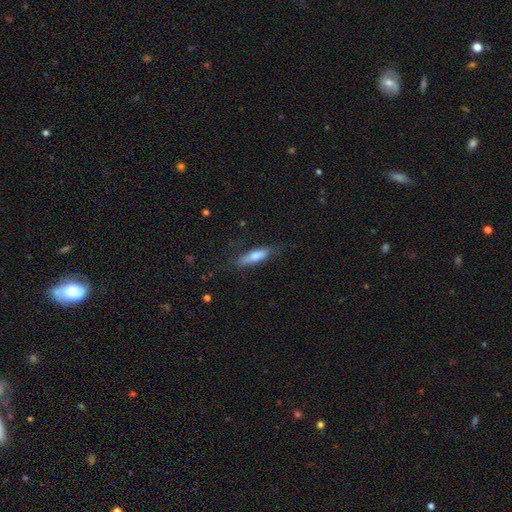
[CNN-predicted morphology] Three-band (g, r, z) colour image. It shows a smooth galaxy with no disk features (63%) that is cigar-shaped (67%). Merging: none (71%).